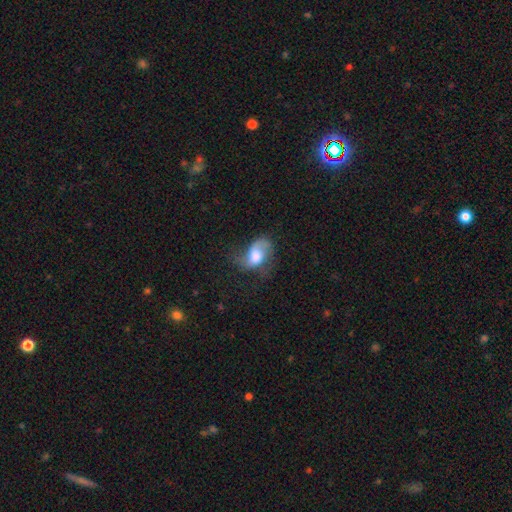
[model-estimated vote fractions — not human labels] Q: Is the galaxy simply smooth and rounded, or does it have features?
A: featured or disk — 52%.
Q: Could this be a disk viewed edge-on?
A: no — 96%.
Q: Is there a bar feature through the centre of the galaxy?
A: no — 62%.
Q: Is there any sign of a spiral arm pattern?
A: yes — 83%.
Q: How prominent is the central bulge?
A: large — 45%.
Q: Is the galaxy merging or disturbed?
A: none — 38%.